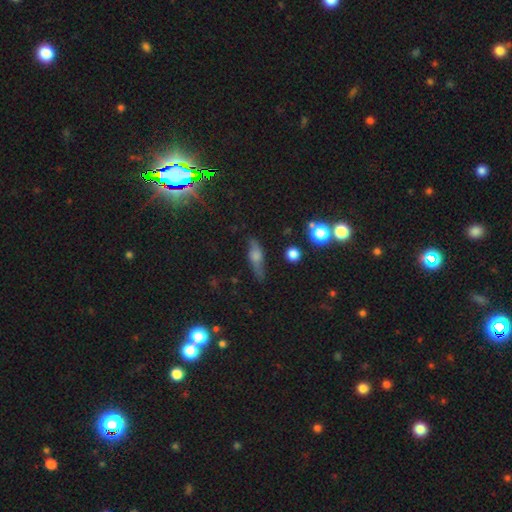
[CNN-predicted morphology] A smooth galaxy with no disk features (47%).

Vote fractions:
- Smooth or featured? smooth: 47% / featured or disk: 41% / star or artifact: 12%
- Merging? none: 70% / minor disturbance: 22% / major disturbance: 7% / merger: 2%